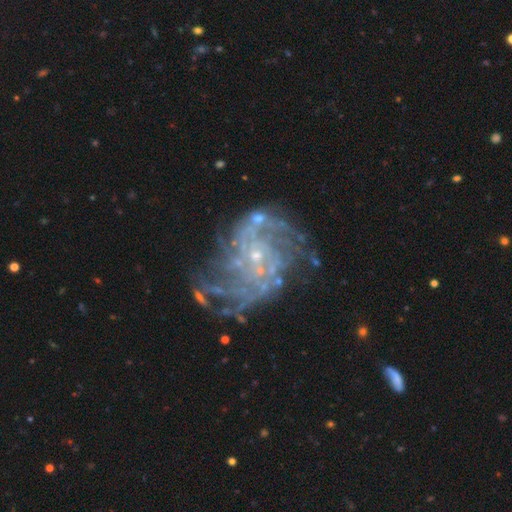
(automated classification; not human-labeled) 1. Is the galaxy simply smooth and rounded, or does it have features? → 84% featured or disk, 10% star or artifact, 6% smooth.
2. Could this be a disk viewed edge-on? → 98% no, 2% yes.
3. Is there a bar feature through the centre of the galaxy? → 70% no, 24% weak, 6% strong.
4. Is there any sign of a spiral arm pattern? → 87% yes, 13% no.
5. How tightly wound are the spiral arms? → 40% medium, 37% tight, 23% loose.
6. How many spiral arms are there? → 37% can't tell, 21% 2, 13% 3, 12% 4, 10% more than 4, 7% 1.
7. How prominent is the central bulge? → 78% small, 11% none, 9% moderate, 1% large, 1% dominant.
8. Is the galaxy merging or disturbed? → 54% none, 21% major disturbance, 20% minor disturbance, 6% merger.